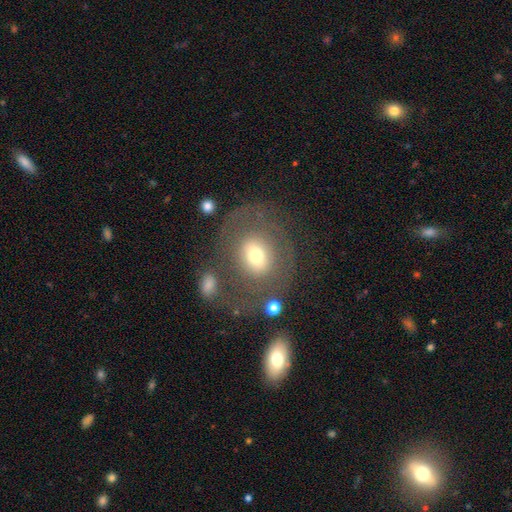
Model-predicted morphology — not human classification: Smooth or featured? smooth (53%)
How rounded? round (68%)
Merging? none (61%)